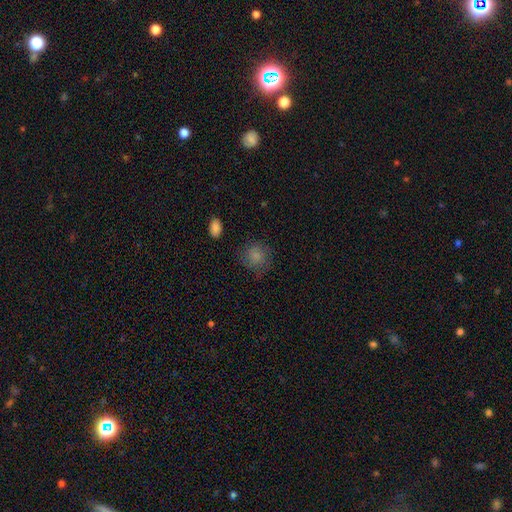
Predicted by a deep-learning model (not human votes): Smooth or featured: smooth — 81% (featured or disk — 10%)
How rounded: round — 84% (in between — 15%)
Merging: none — 71% (minor disturbance — 19%)